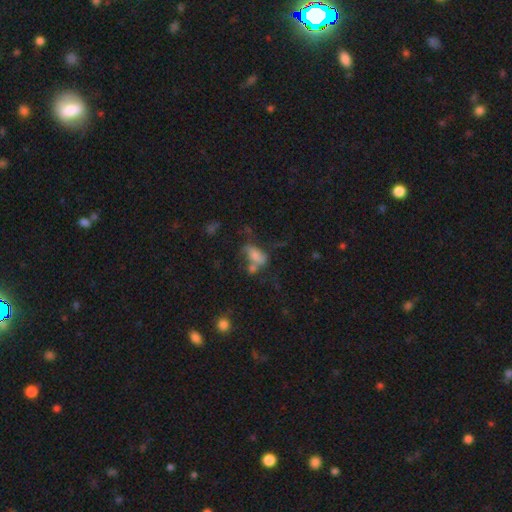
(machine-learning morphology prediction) Smooth or featured? smooth (51%)
How rounded? in between (84%)
Merging? merger (34%)